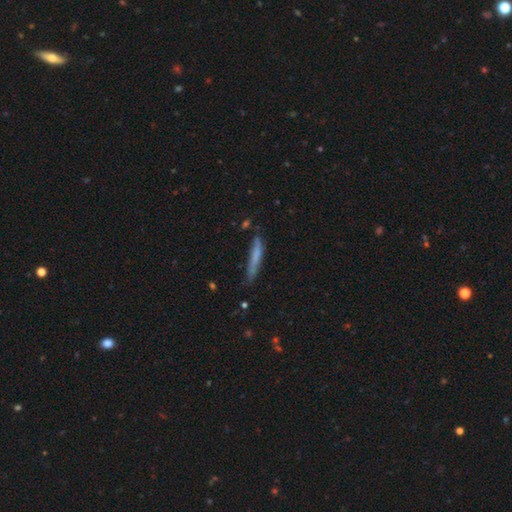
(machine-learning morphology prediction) Smooth or featured?
  - smooth: 64% *
  - featured or disk: 28%
  - star or artifact: 8%
How rounded?
  - cigar-shaped: 94% *
  - in between: 5%
  - round: 1%
Merging?
  - none: 66% *
  - minor disturbance: 24%
  - major disturbance: 6%
  - merger: 4%